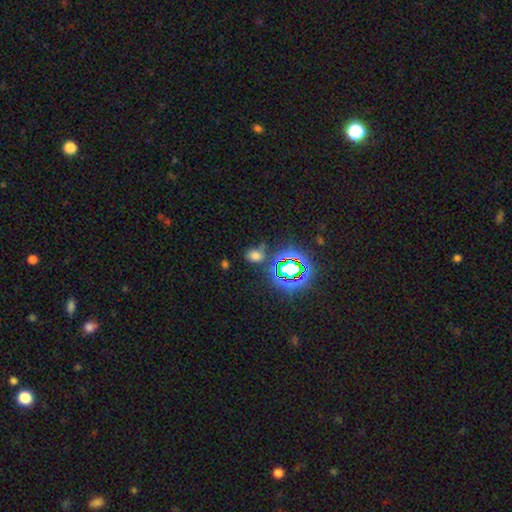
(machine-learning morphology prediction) Smooth or featured? smooth (59%)
How rounded? in between (60%)
Merging? none (71%)